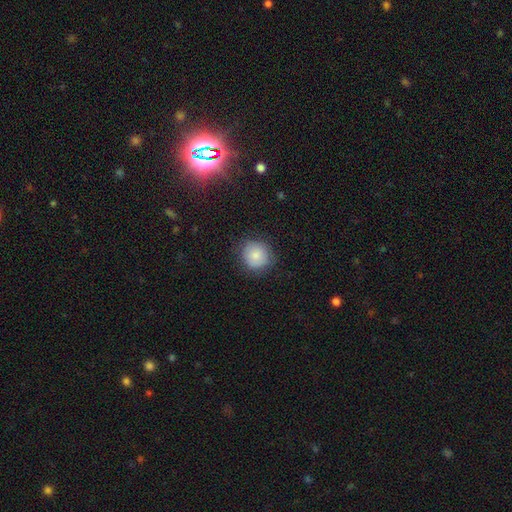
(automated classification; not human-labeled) Overall: smooth (84%). How rounded: round (89%). Merging: none (81%).